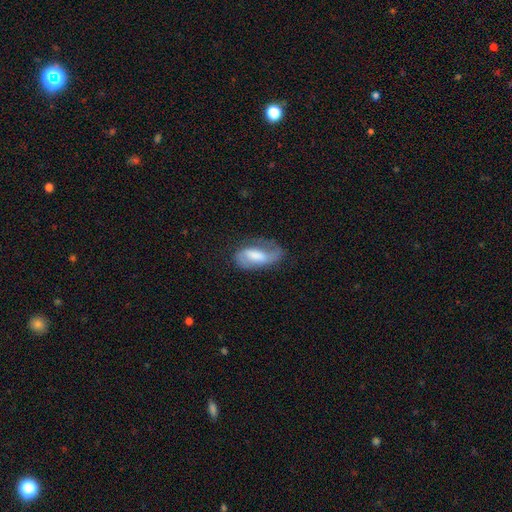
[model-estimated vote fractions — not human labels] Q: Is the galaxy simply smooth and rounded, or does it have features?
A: featured or disk — 61%.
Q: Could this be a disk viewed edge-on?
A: no — 94%.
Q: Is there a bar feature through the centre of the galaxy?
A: weak — 41%.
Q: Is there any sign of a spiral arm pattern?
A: yes — 85%.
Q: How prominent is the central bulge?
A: large — 34%.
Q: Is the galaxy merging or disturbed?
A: none — 50%.